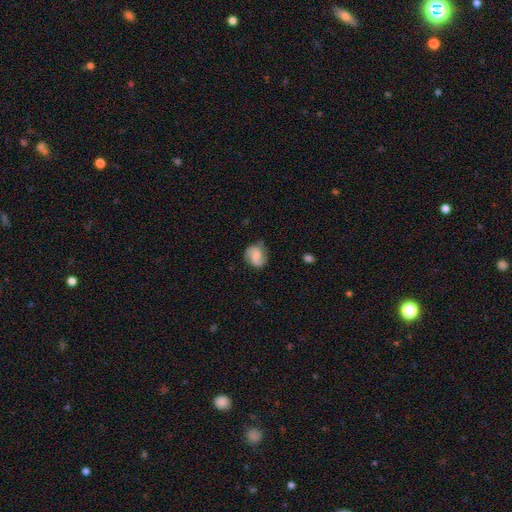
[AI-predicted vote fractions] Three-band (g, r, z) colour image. It shows a featured or disk galaxy (64%) with no bar (49%), 2 (85%) medium (46%) spiral arms (95%) and no central bulge (34%). Merging: none (76%).